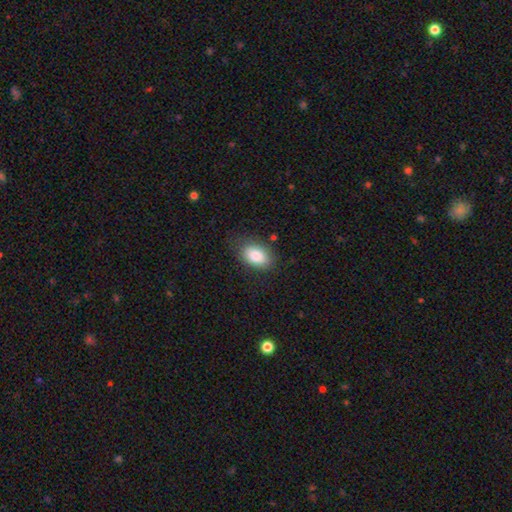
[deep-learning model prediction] This appears to be a smooth galaxy with no disk features (85%) that is in between round and cigar-shaped (89%). Merging: none (76%).